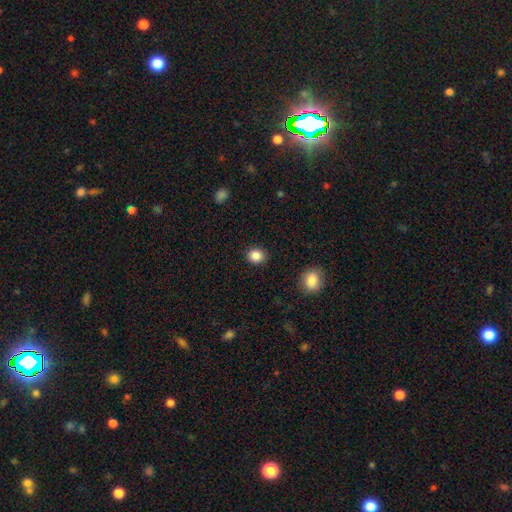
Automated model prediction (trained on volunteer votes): Overall: smooth (86%). How rounded: round (73%). Merging: none (90%).